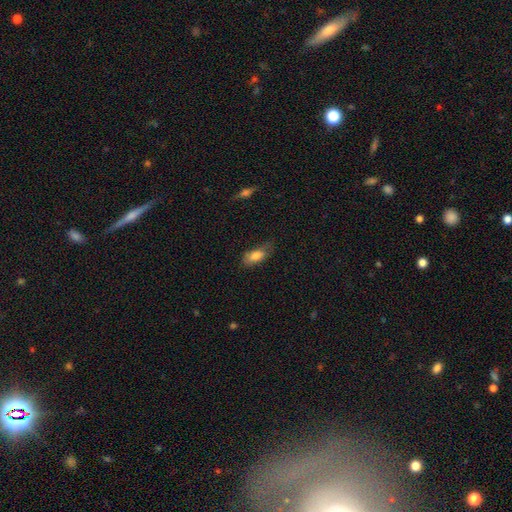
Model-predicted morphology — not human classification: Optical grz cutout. It shows a smooth galaxy with no disk features (78%) that is in between round and cigar-shaped (81%). Merging: none (61%).